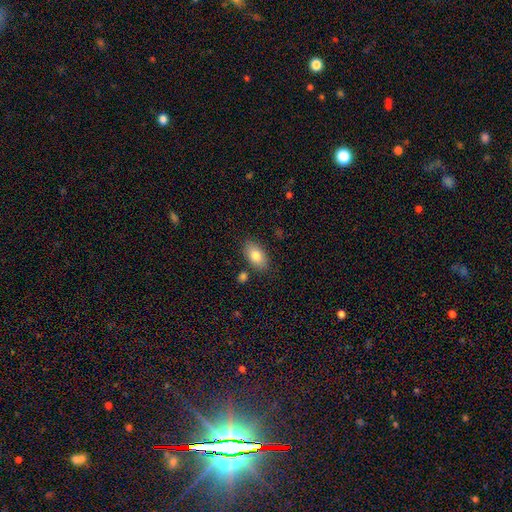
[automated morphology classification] Smooth or featured? smooth (81%)
How rounded? in between (92%)
Merging? none (83%)